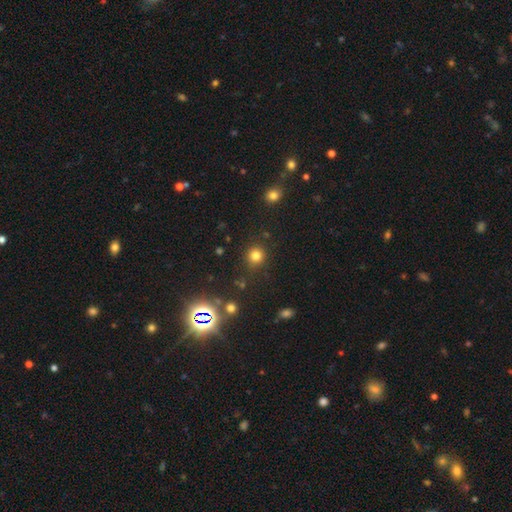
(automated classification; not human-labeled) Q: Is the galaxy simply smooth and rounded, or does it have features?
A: smooth — 79%.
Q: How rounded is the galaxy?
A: round — 91%.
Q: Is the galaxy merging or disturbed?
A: none — 87%.